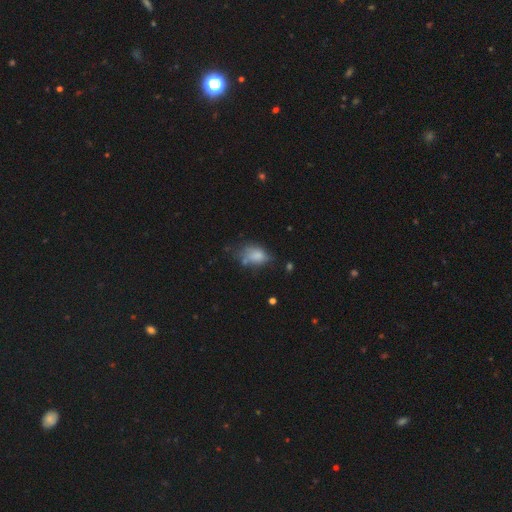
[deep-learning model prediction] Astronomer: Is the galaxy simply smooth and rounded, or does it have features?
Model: smooth — 77%.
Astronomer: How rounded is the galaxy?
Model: in between — 83%.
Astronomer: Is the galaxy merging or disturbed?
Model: none — 40% (runner-up: minor disturbance, 34%).